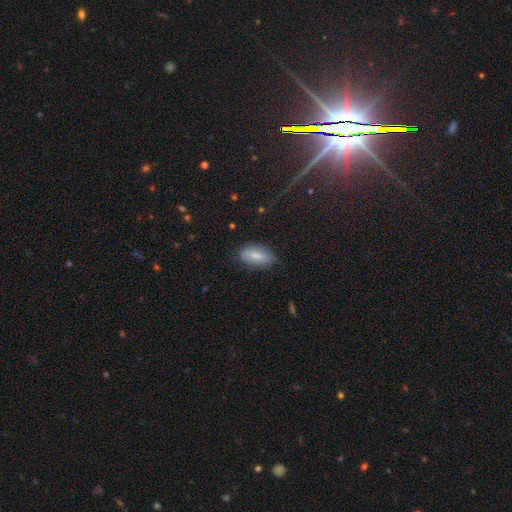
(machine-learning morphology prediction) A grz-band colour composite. It shows a smooth galaxy with no disk features (78%) that is in between round and cigar-shaped (89%). Merging: none (75%).